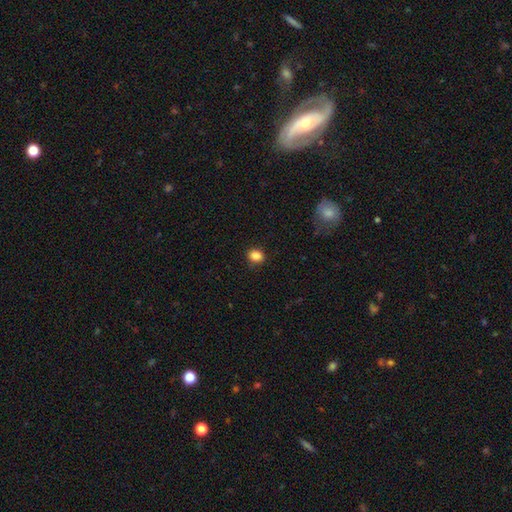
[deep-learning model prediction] This is clearly a smooth galaxy (87%). How rounded: possibly round (55%). Merging: clearly none (87%).